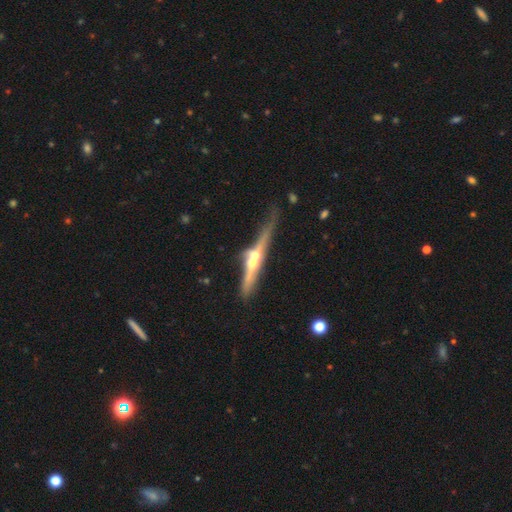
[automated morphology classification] type=featured or disk (67%); edge-on=yes (89%); edge-on bulge=rounded (87%); merging=none (38%).